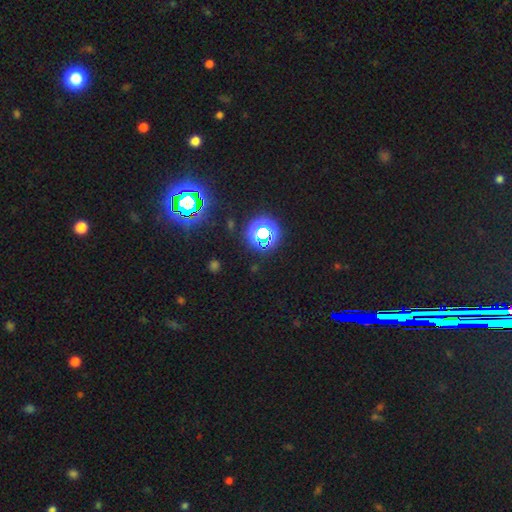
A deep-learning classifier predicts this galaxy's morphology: This is likely a star or artifact rather than a galaxy (76%).